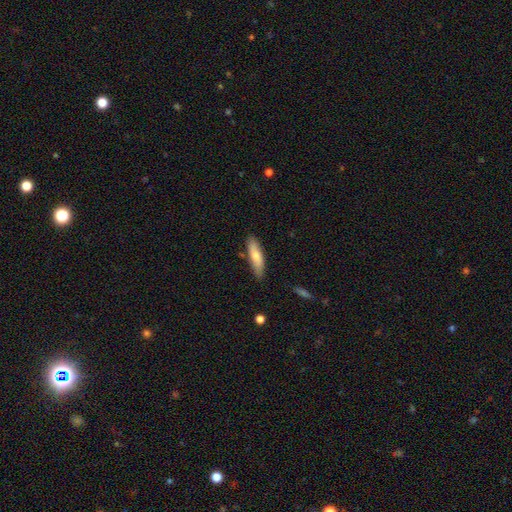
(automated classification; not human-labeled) Smooth or featured?
  - smooth: 69% *
  - featured or disk: 25%
  - star or artifact: 6%
How rounded?
  - cigar-shaped: 65% *
  - in between: 34%
  - round: 2%
Merging?
  - none: 82% *
  - minor disturbance: 13%
  - merger: 2%
  - major disturbance: 2%